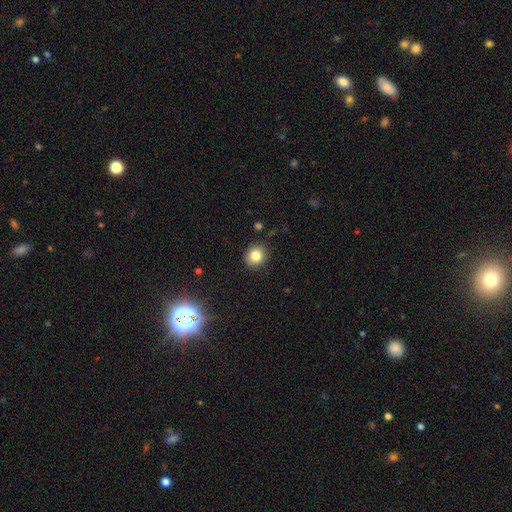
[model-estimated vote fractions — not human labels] A smooth galaxy with no disk features (82%) that is round (81%). Merging: none (89%).